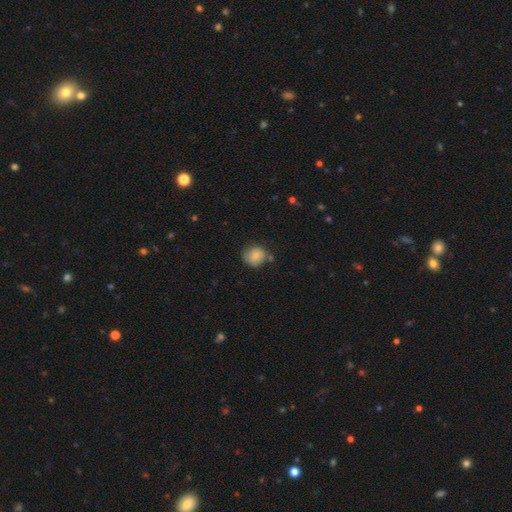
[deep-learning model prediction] A smooth galaxy with no disk features (79%) that is round (79%). Merging: none (63%).